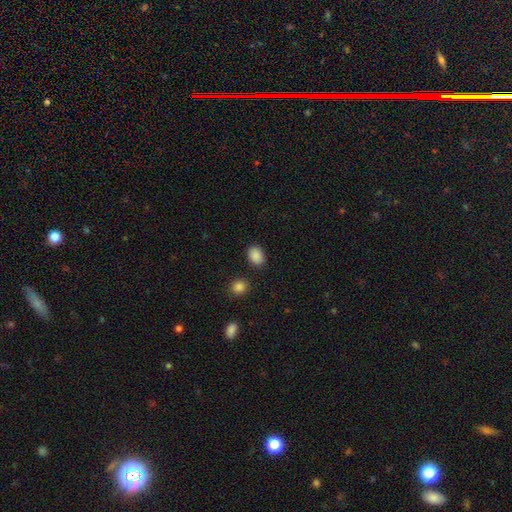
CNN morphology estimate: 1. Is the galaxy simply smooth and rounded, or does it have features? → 88% smooth, 9% star or artifact, 3% featured or disk.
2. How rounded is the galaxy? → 70% in between, 29% round, 1% cigar-shaped.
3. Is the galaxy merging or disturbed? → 84% none, 10% minor disturbance, 3% merger, 3% major disturbance.